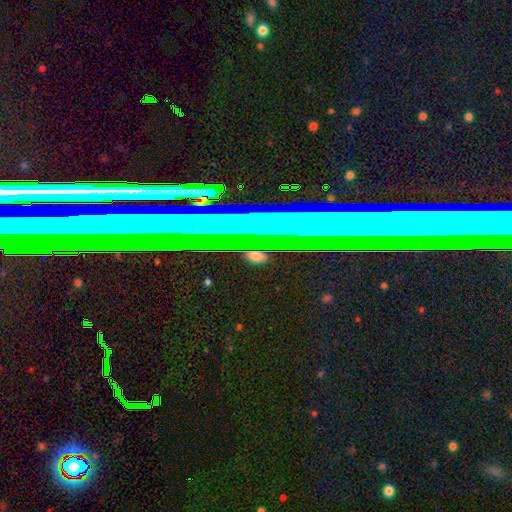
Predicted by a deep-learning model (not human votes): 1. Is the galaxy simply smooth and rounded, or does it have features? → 62% star or artifact, 22% smooth, 16% featured or disk.